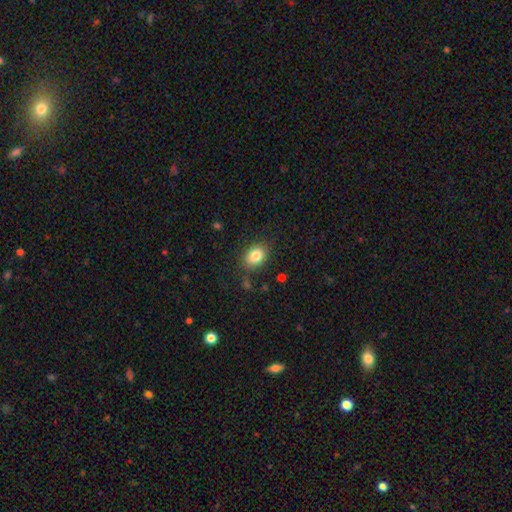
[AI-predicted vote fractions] Smooth or featured? Predicted: smooth (p=0.83). How rounded? Predicted: in between (p=0.67). Merging? Predicted: none (p=0.81).